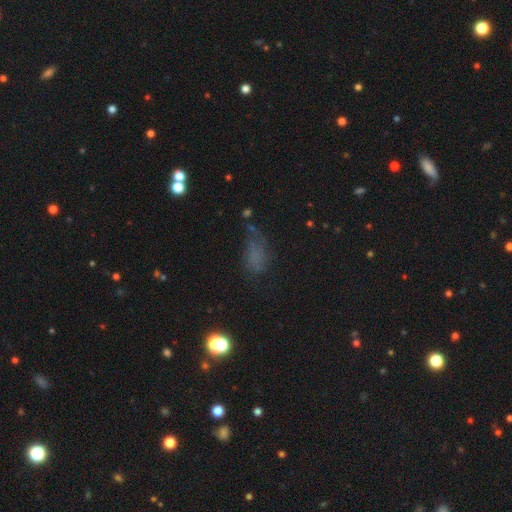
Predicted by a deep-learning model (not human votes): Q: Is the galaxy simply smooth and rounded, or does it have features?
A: smooth — 57%.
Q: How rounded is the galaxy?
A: in between — 79%.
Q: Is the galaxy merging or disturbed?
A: none — 42%.